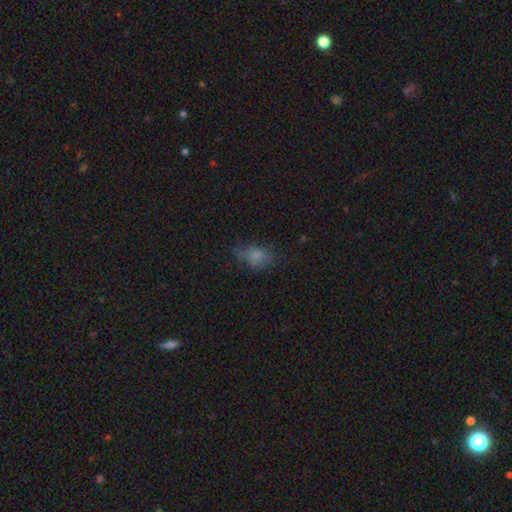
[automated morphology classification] This is likely a smooth galaxy (70%). How rounded: likely in between (80%). Merging: possibly none (50%).